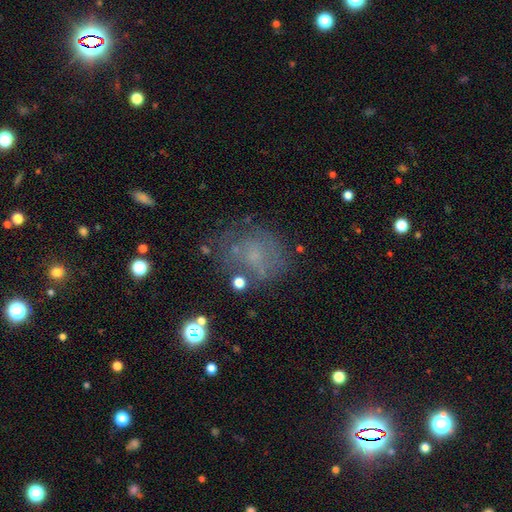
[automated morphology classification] The model was most divided on "smooth or featured": smooth: 42%, featured or disk: 37%, star or artifact: 21%. More confident: merging — none (57%).